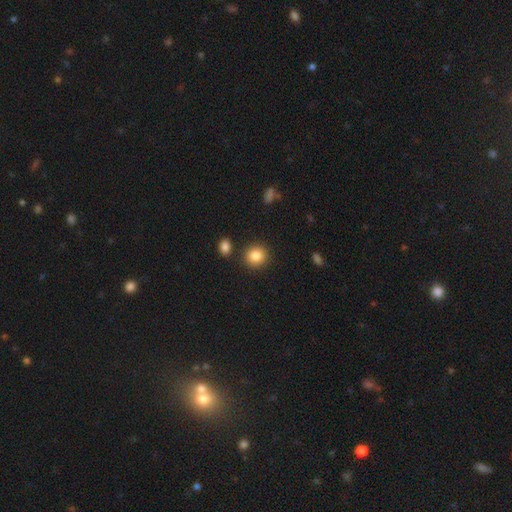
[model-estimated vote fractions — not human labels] This is clearly a smooth galaxy (86%). How rounded: clearly round (87%). Merging: clearly none (86%).